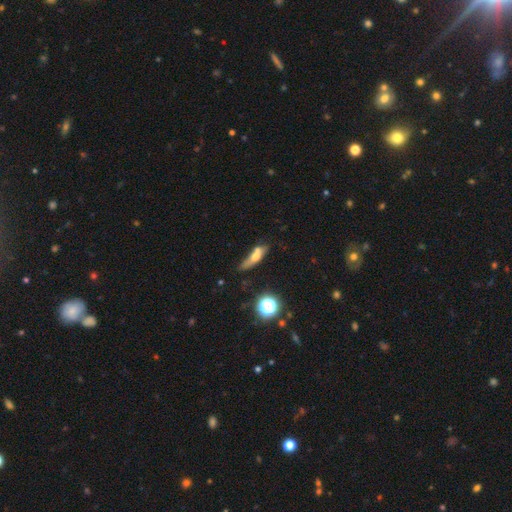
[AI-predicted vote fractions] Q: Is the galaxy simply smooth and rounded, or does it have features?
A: smooth — 51%.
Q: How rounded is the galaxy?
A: cigar-shaped — 57%.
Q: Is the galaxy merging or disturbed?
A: none — 40%.